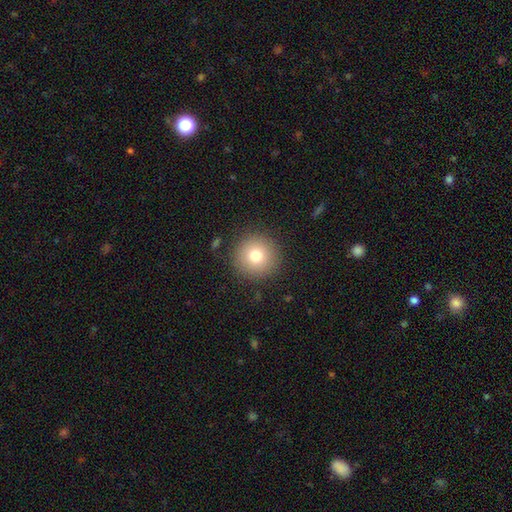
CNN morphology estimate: Smooth or featured? Predicted: smooth (p=0.76). How rounded? Predicted: round (p=0.96). Merging? Predicted: none (p=0.90).